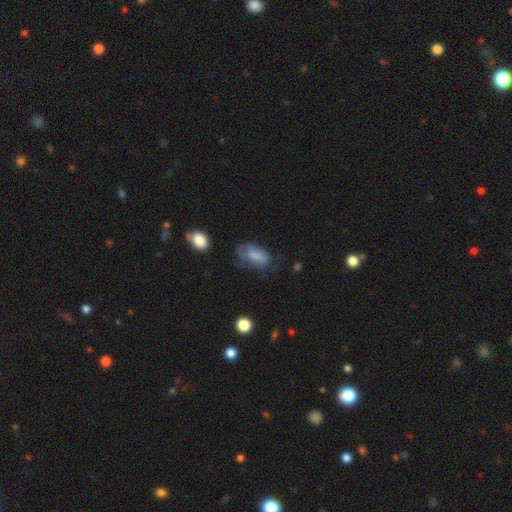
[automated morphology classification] Overall: smooth (62%; featured or disk 27%). How rounded: in between (87%). Merging: none (35%; major disturbance 32%).